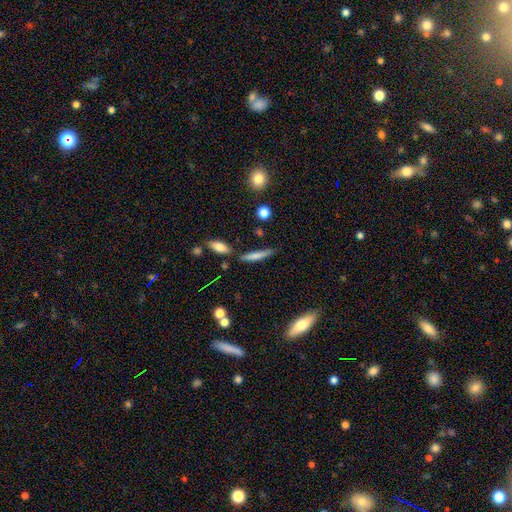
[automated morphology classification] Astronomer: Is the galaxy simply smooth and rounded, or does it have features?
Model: smooth — 70%.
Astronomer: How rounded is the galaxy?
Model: cigar-shaped — 87%.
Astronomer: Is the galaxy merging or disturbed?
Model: none — 73%.